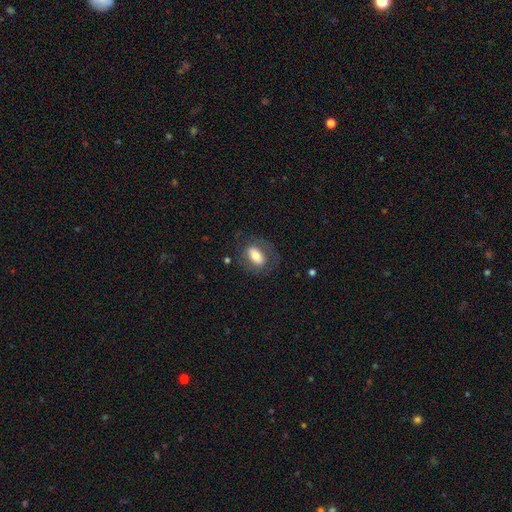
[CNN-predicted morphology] Smooth or featured?
  - smooth: 65% *
  - featured or disk: 28%
  - star or artifact: 7%
How rounded?
  - in between: 86% *
  - round: 11%
  - cigar-shaped: 3%
Merging?
  - none: 68% *
  - minor disturbance: 17%
  - major disturbance: 13%
  - merger: 2%